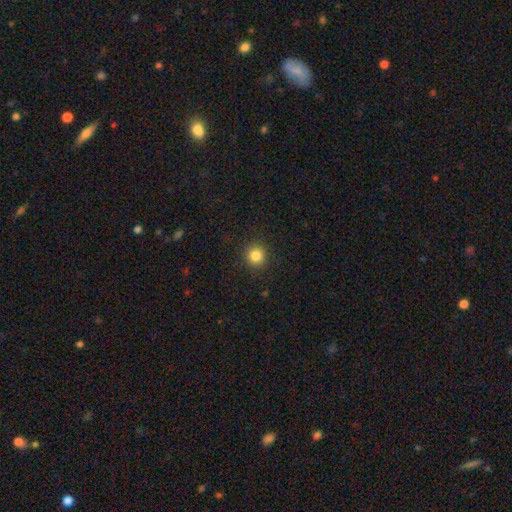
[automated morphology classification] A smooth galaxy with no disk features (84%) that is round (93%).

Vote fractions:
- Smooth or featured? smooth: 84% / star or artifact: 11% / featured or disk: 5%
- How rounded? round: 93% / in between: 6% / cigar-shaped: 1%
- Merging? none: 91% / minor disturbance: 6% / major disturbance: 2% / merger: 1%